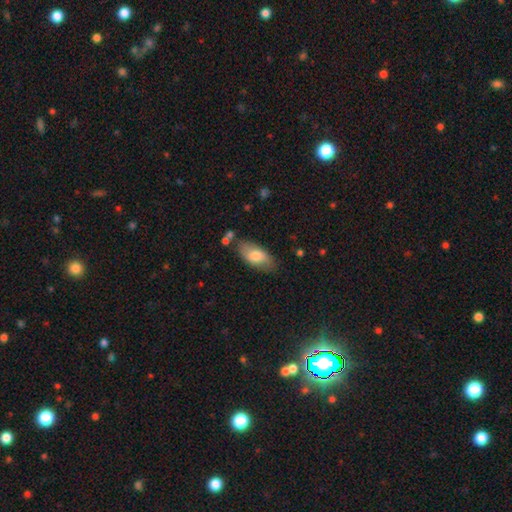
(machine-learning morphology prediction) Smooth or featured? Predicted: smooth (p=0.73). How rounded? Predicted: in between (p=0.90). Merging? Predicted: none (p=0.77).